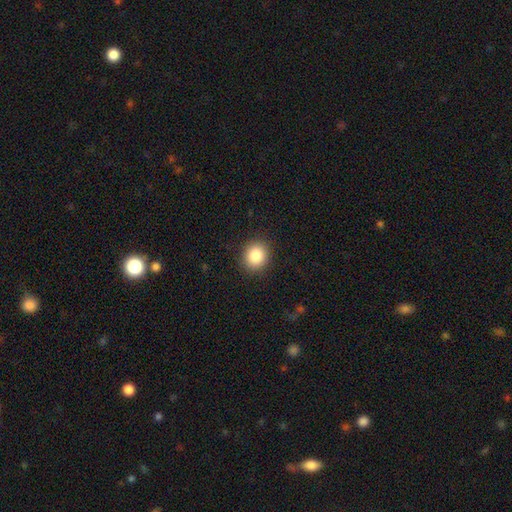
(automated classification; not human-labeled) The model was most divided on "how rounded": round: 75%, in between: 24%, cigar-shaped: 1%. More confident: merging — none (90%); smooth or featured — smooth (86%).